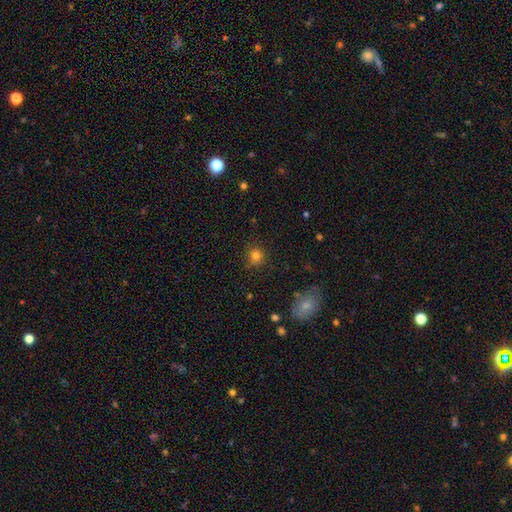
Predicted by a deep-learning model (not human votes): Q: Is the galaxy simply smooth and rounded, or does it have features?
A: smooth — 80%.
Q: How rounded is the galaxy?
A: round — 90%.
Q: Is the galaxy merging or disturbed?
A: none — 83%.